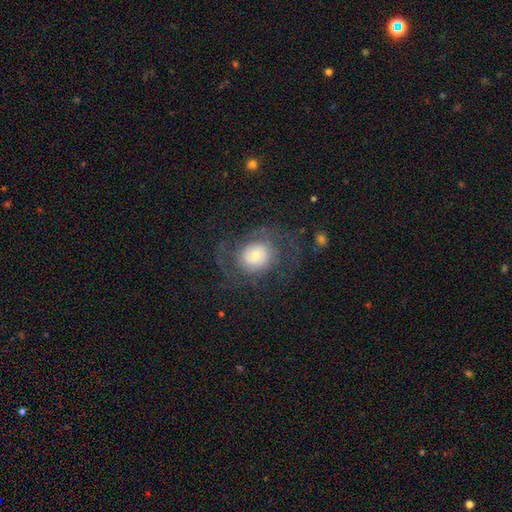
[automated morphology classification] A featured or disk galaxy (53%) with no bar (77%), spiral arms (75%) and a small central bulge (39%).

Vote fractions:
- Smooth or featured? featured or disk: 53% / smooth: 37% / star or artifact: 9%
- Edge-on disk? no: 96% / yes: 4%
- Bar? no: 77% / weak: 18% / strong: 4%
- Spiral arms? yes: 75% / no: 25%
- Bulge size? small: 39% / moderate: 32% / large: 20% / dominant: 7% / none: 2%
- Merging? none: 62% / major disturbance: 21% / minor disturbance: 15% / merger: 2%